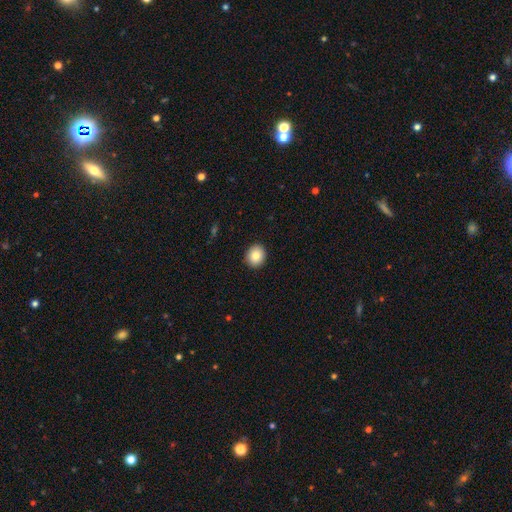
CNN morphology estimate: A smooth galaxy with no disk features (85%) that is round (73%).

Vote fractions:
- Smooth or featured? smooth: 85% / star or artifact: 9% / featured or disk: 6%
- How rounded? round: 73% / in between: 26% / cigar-shaped: 1%
- Merging? none: 91% / minor disturbance: 6% / major disturbance: 2% / merger: 1%